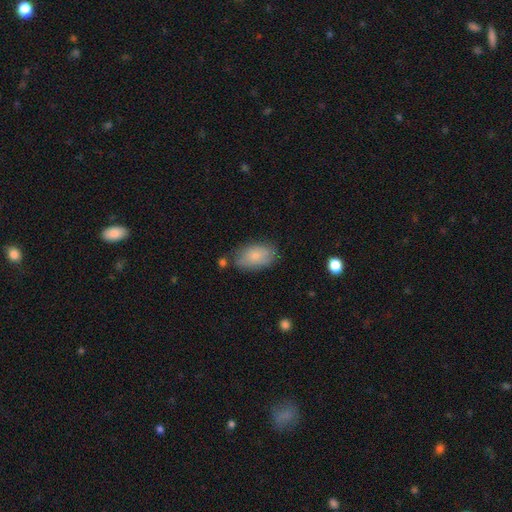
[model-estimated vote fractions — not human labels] smooth-or-featured: smooth: 77% | featured or disk: 16% | star or artifact: 7%
  how-rounded: in between: 93% | round: 5% | cigar-shaped: 2%
  merging: none: 70% | minor disturbance: 21% | major disturbance: 5% | merger: 4%